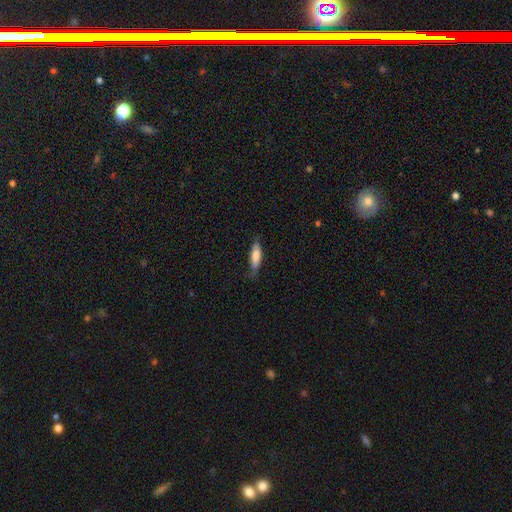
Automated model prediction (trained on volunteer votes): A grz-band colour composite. It shows a smooth galaxy with no disk features (77%) that is cigar-shaped (55%). Merging: none (70%).